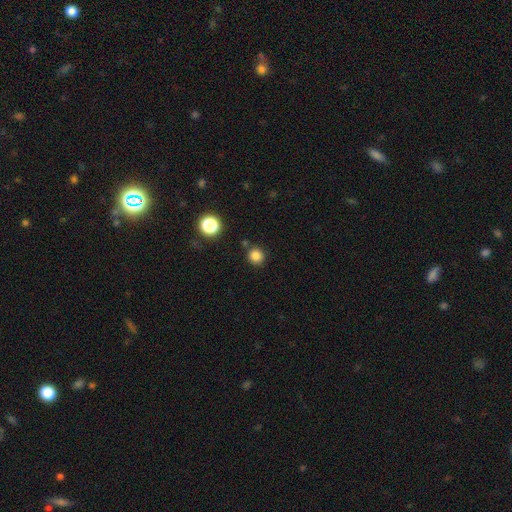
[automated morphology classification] A smooth galaxy with no disk features (83%) that is round (88%). Merging: none (82%).